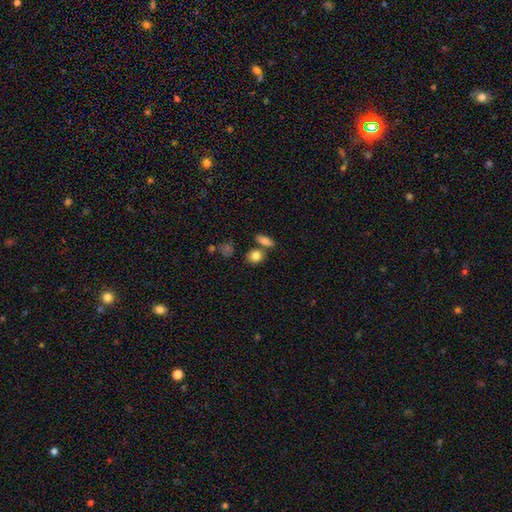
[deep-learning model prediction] Overall: smooth (83%). How rounded: round (56%; in between 41%). Merging: none (65%).